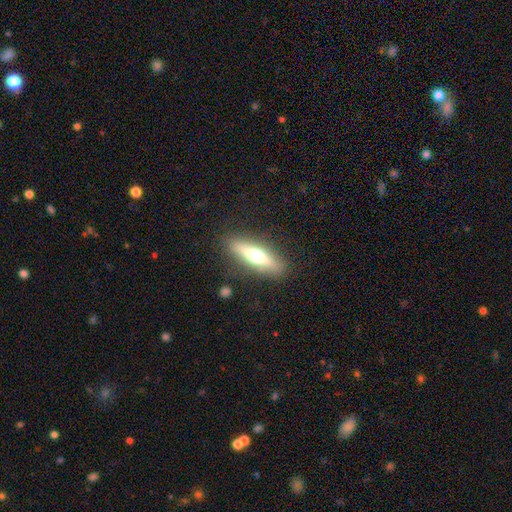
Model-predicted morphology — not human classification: A featured or disk galaxy (53%) viewed edge-on (88%).

Vote fractions:
- Smooth or featured? featured or disk: 53% / smooth: 40% / star or artifact: 7%
- Edge-on disk? yes: 88% / no: 12%
- Merging? none: 86% / minor disturbance: 9% / major disturbance: 3% / merger: 2%